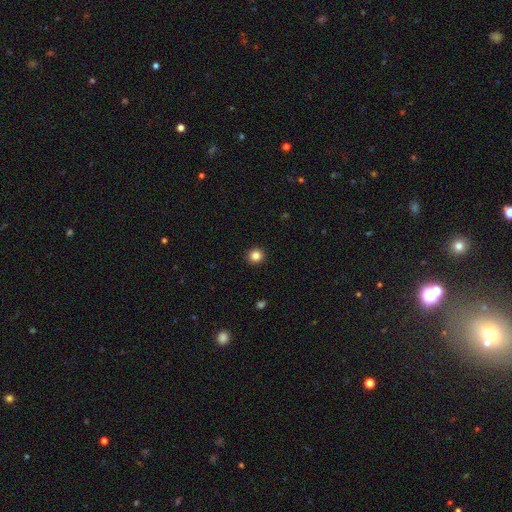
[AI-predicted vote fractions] This is clearly a smooth galaxy (85%). How rounded: clearly round (93%). Merging: clearly none (93%).